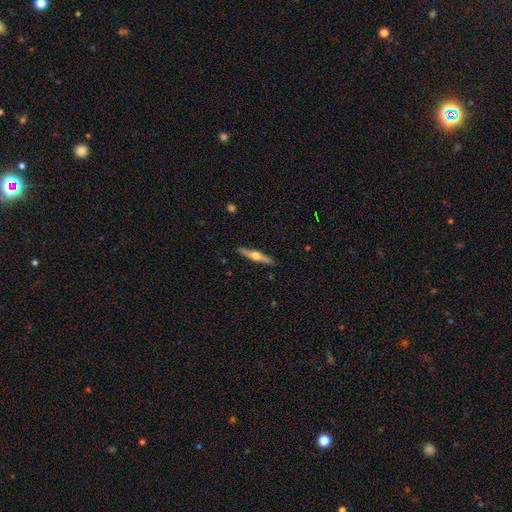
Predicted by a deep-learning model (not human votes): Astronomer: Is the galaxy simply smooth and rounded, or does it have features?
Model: featured or disk — 65%.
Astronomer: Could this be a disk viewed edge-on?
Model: yes — 97%.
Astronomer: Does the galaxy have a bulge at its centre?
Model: rounded — 93%.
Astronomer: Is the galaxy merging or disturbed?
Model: none — 90%.